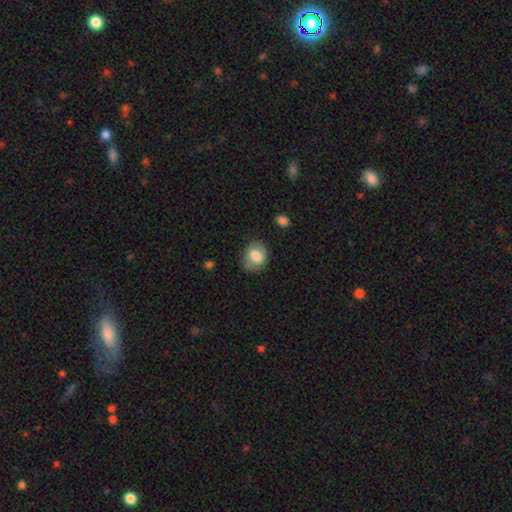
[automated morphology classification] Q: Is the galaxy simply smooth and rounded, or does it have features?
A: smooth — 76%.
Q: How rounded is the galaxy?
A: in between — 52%.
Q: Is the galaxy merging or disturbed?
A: none — 74%.